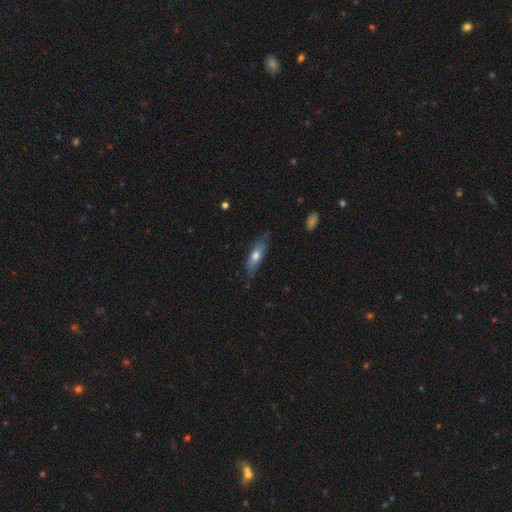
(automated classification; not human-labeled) smooth-or-featured: smooth: 61% | featured or disk: 33% | star or artifact: 6%
  how-rounded: cigar-shaped: 52% | in between: 46% | round: 2%
  merging: none: 71% | minor disturbance: 23% | major disturbance: 5% | merger: 1%